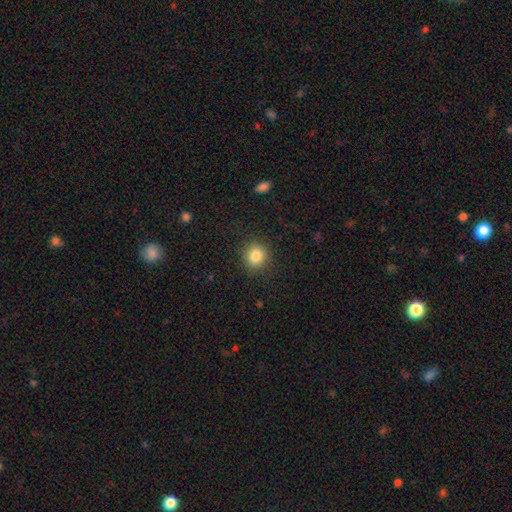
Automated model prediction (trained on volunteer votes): Smooth or featured? Predicted: smooth (p=0.84). How rounded? Predicted: round (p=0.89). Merging? Predicted: none (p=0.89).